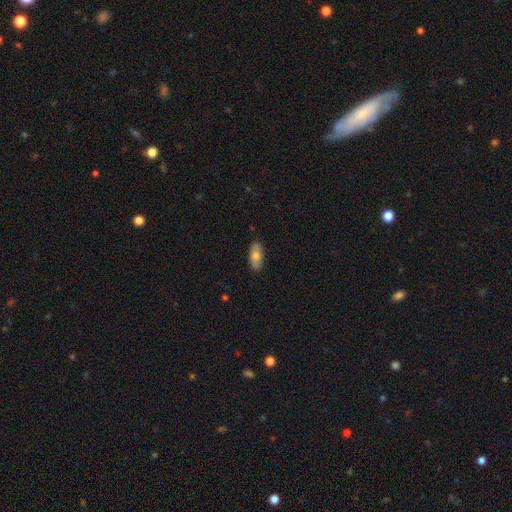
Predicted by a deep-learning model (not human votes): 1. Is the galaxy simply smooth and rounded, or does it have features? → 72% smooth, 21% featured or disk, 6% star or artifact.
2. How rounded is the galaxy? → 87% in between, 10% cigar-shaped, 3% round.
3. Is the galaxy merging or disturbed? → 86% none, 11% minor disturbance, 2% major disturbance, 1% merger.